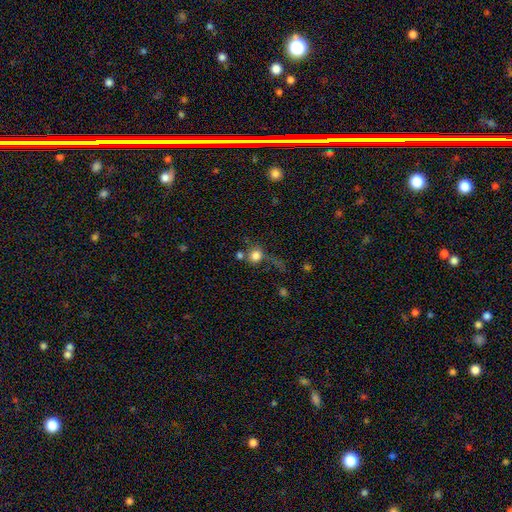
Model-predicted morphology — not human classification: A smooth galaxy with no disk features (76%) that is round (88%).

Vote fractions:
- Smooth or featured? smooth: 76% / star or artifact: 13% / featured or disk: 11%
- How rounded? round: 88% / in between: 11% / cigar-shaped: 1%
- Merging? none: 48% / merger: 21% / major disturbance: 16% / minor disturbance: 15%